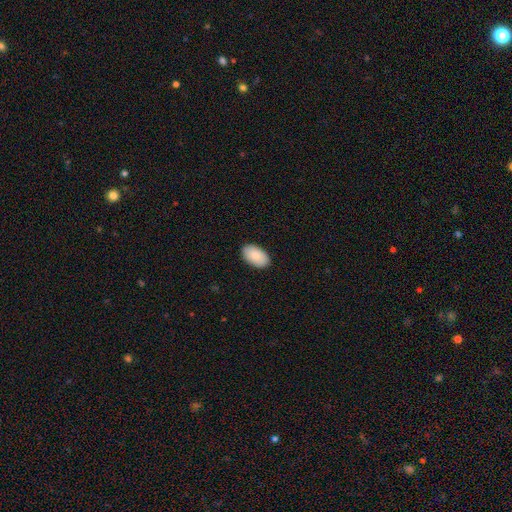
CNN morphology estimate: Smooth or featured: smooth — 87% (featured or disk — 7%)
How rounded: in between — 94% (round — 4%)
Merging: none — 89% (minor disturbance — 8%)